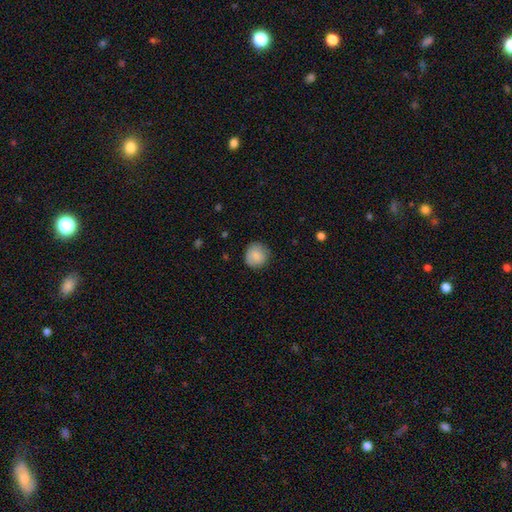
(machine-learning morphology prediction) Smooth or featured: smooth — 86% (star or artifact — 7%)
How rounded: round — 92% (in between — 7%)
Merging: none — 83% (minor disturbance — 13%)